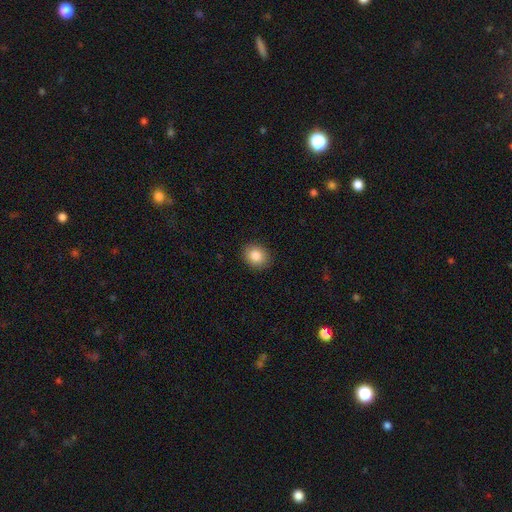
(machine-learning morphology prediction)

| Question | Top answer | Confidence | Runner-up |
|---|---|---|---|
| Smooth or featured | smooth | 85% | star or artifact (9%) |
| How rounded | round | 60% | in between (39%) |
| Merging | none | 90% | minor disturbance (7%) |